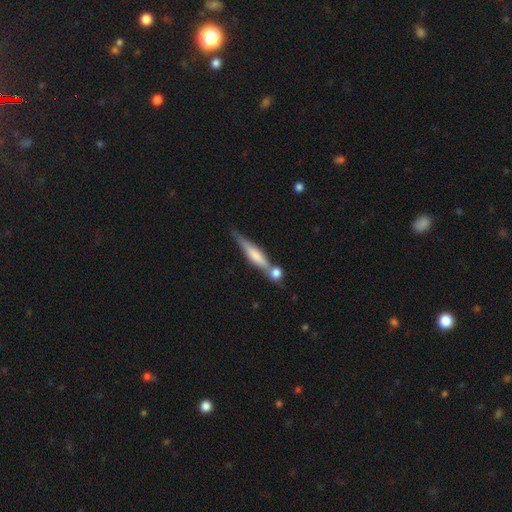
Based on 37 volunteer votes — Smooth or featured?
  - featured or disk: 65% *
  - smooth: 35%
  - star or artifact: 0%
Edge-on disk?
  - yes: 96% *
  - no: 4%
Edge-on bulge?
  - rounded: 61% *
  - boxy: 26%
  - none: 13%
Merging?
  - none: 46% *
  - merger: 30%
  - minor disturbance: 16%
  - major disturbance: 8%